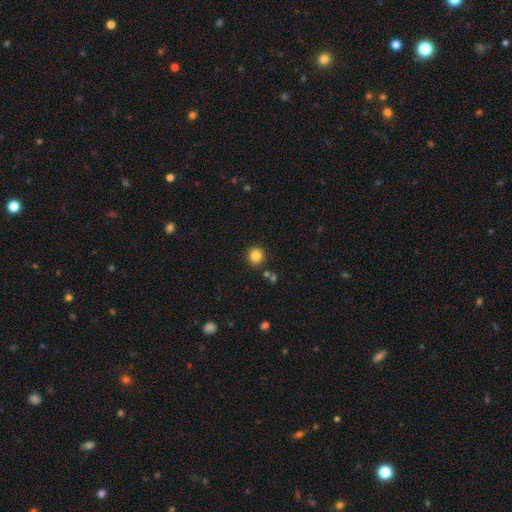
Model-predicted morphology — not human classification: Smooth or featured? smooth (84%)
How rounded? round (94%)
Merging? none (88%)